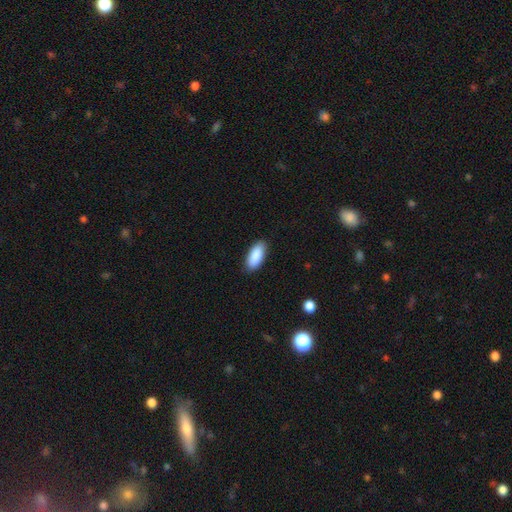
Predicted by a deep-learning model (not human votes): smooth-or-featured: smooth: 90% | star or artifact: 6% | featured or disk: 4%
  how-rounded: in between: 87% | cigar-shaped: 12% | round: 2%
  merging: none: 87% | minor disturbance: 10% | major disturbance: 2% | merger: 1%